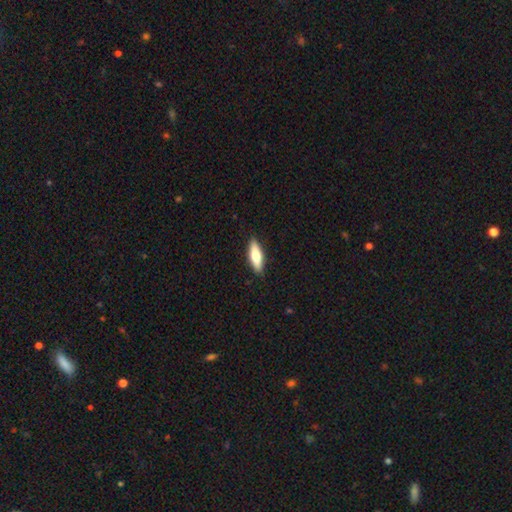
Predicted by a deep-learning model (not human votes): Smooth or featured? smooth (64%)
How rounded? cigar-shaped (49%, tied with in between)
Merging? none (89%)